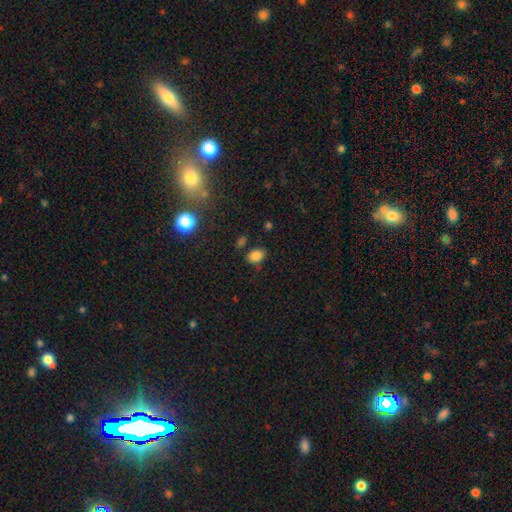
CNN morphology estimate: smooth_or_featured: smooth (p=0.83) [alt: star or artifact p=0.12]
how_rounded: in between (p=0.72) [alt: round p=0.27]
merging: none (p=0.77) [alt: minor disturbance p=0.14]